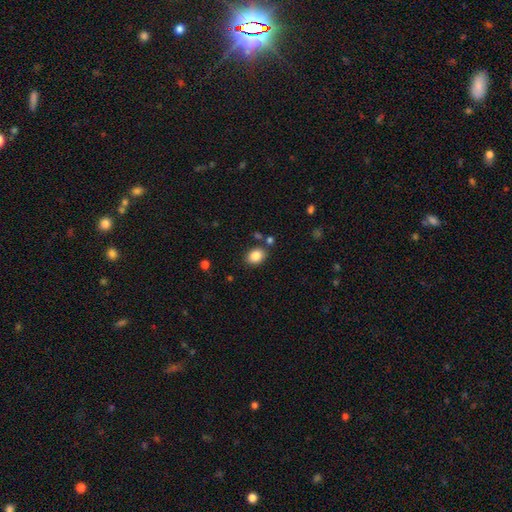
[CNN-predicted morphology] Smooth or featured? smooth (86%)
How rounded? in between (69%)
Merging? none (81%)